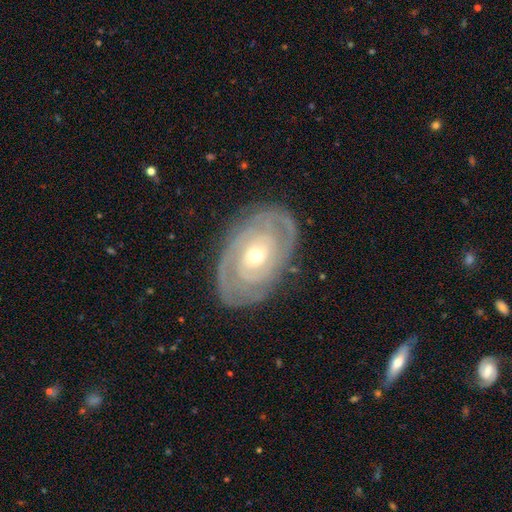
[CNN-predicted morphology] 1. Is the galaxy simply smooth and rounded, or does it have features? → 85% featured or disk, 10% smooth, 5% star or artifact.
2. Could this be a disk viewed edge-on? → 95% no, 5% yes.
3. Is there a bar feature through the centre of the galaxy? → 75% no, 19% weak, 6% strong.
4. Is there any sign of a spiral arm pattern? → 90% yes, 10% no.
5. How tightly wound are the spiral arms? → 77% tight, 18% medium, 5% loose.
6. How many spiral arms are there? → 41% 2, 30% can't tell, 14% 3, 6% 4, 5% 1, 4% more than 4.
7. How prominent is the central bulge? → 54% small, 43% moderate, 2% large, 1% dominant, 1% none.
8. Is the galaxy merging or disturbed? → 81% none, 13% minor disturbance, 5% major disturbance, 1% merger.